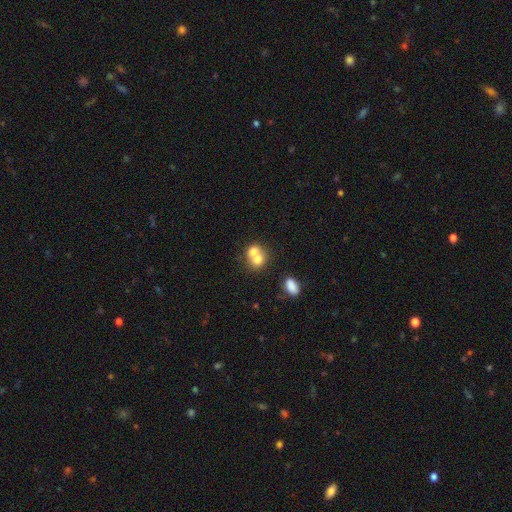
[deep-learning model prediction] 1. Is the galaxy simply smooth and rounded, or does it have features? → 69% smooth, 21% featured or disk, 10% star or artifact.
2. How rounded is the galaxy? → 65% round, 34% in between, 1% cigar-shaped.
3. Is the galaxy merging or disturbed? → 67% merger, 24% none, 6% minor disturbance, 3% major disturbance.